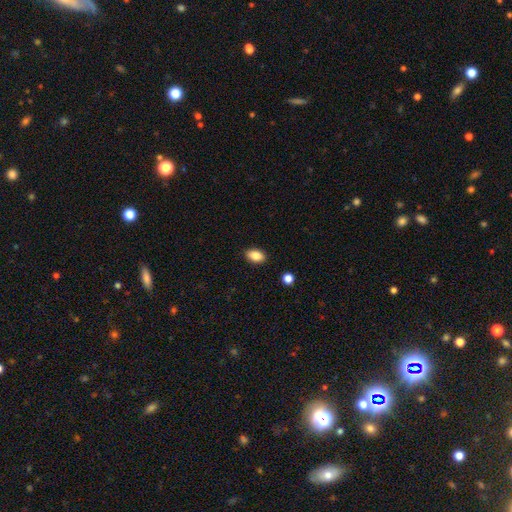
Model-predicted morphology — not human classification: A smooth galaxy with no disk features (87%) that is in between round and cigar-shaped (90%). Merging: none (88%).